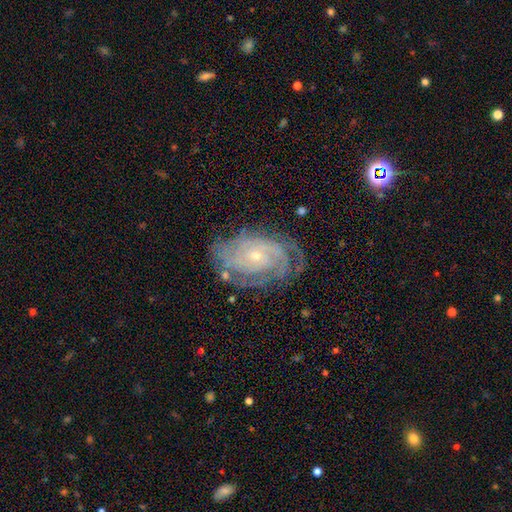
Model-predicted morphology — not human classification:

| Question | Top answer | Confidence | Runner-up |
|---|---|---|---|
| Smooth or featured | featured or disk | 87% | smooth (7%) |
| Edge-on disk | no | 96% | yes (4%) |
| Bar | no | 73% | weak (21%) |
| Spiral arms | yes | 97% | no (3%) |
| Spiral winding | tight | 74% | medium (21%) |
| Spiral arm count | can't tell | 30% | 3 (20%) |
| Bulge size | small | 77% | moderate (20%) |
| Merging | none | 71% | minor disturbance (20%) |